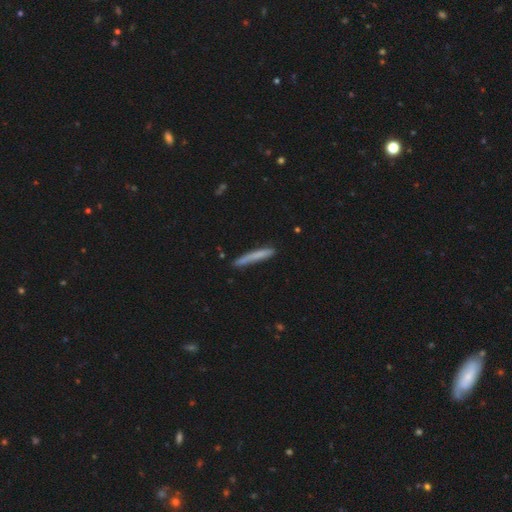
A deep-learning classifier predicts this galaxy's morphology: Q: Smooth or featured?
A: smooth (72%); runner-up: featured or disk (21%)
Q: How rounded?
A: cigar-shaped (96%); runner-up: in between (3%)
Q: Merging?
A: none (81%); runner-up: minor disturbance (15%)